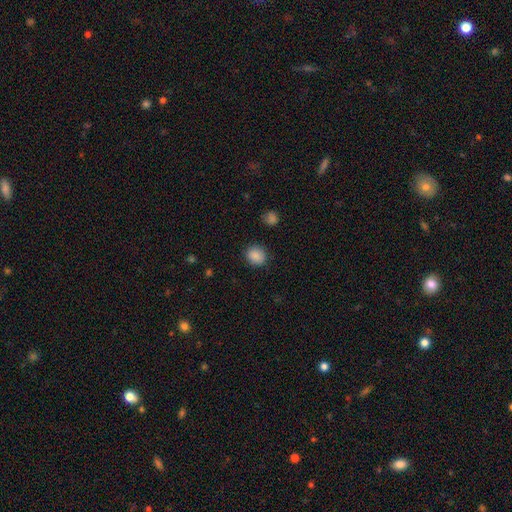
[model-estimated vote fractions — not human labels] Smooth or featured?
  - smooth: 87% *
  - star or artifact: 9%
  - featured or disk: 3%
How rounded?
  - round: 74% *
  - in between: 25%
  - cigar-shaped: 1%
Merging?
  - none: 87% *
  - minor disturbance: 9%
  - major disturbance: 3%
  - merger: 1%